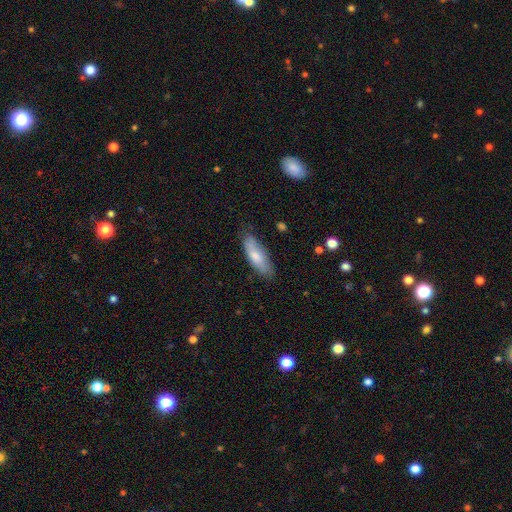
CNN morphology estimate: Overall: smooth (75%). How rounded: in between (59%; cigar-shaped 39%). Merging: none (74%).